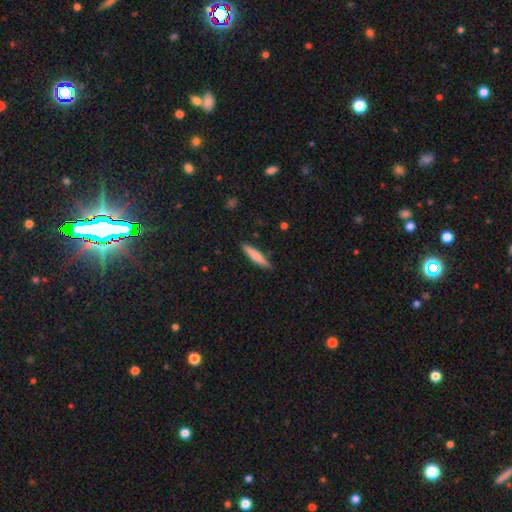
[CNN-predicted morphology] Smooth or featured?
  - smooth: 74% *
  - featured or disk: 21%
  - star or artifact: 6%
How rounded?
  - cigar-shaped: 89% *
  - in between: 10%
  - round: 1%
Merging?
  - none: 87% *
  - minor disturbance: 10%
  - major disturbance: 2%
  - merger: 1%